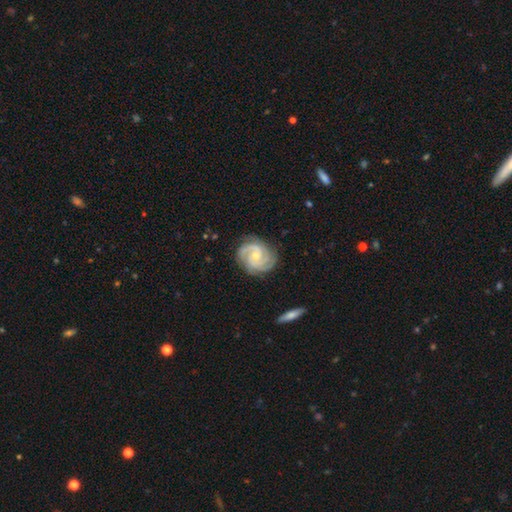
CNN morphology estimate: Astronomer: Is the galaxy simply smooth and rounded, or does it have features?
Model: featured or disk — 91%.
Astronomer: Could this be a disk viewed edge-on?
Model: no — 98%.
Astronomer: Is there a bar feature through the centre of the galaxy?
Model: no — 67%.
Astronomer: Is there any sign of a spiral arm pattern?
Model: yes — 99%.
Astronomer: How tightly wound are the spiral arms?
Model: tight — 69%.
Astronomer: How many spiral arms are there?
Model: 3 — 54%.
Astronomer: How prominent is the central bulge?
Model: small — 63%.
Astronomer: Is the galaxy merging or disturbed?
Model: none — 82%.